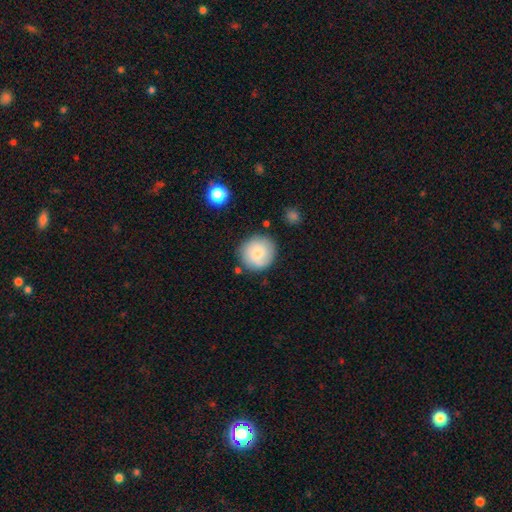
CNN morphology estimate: smooth-or-featured: smooth: 69% | featured or disk: 24% | star or artifact: 7%
  how-rounded: round: 93% | in between: 6% | cigar-shaped: 1%
  merging: none: 82% | minor disturbance: 12% | major disturbance: 3% | merger: 3%